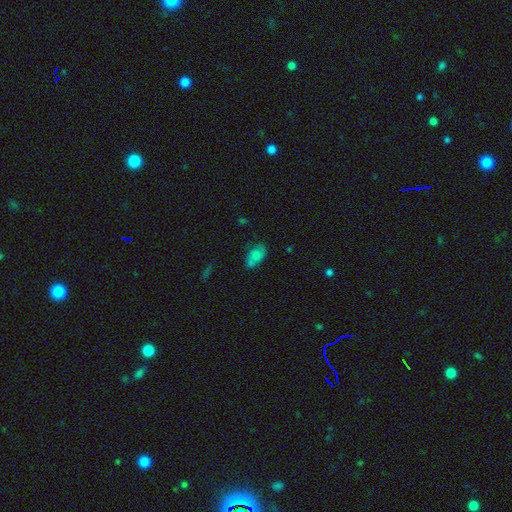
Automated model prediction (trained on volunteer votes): Morphology: type=smooth (78%); roundness=in between (90%); merging=none (62%).